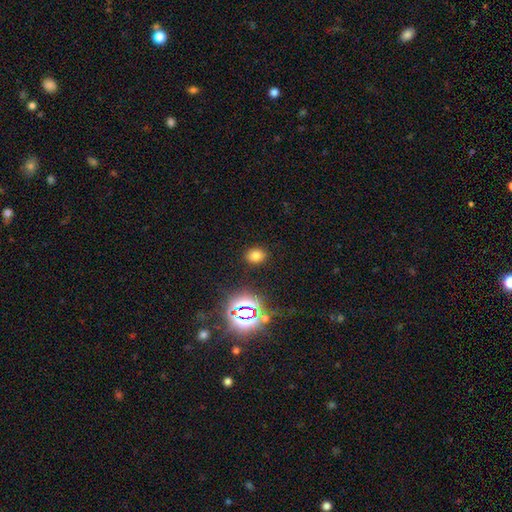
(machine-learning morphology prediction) Smooth or featured? Predicted: smooth (p=0.71). How rounded? Predicted: in between (p=0.51). Merging? Predicted: none (p=0.87).